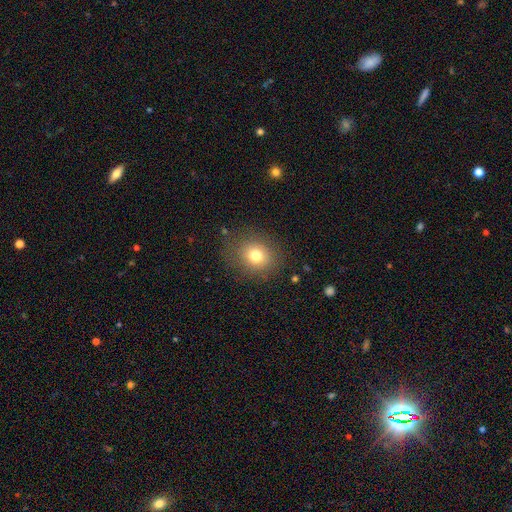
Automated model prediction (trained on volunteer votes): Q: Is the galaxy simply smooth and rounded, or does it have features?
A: smooth — 76%.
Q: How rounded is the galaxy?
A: round — 72%.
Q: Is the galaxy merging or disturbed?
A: none — 81%.